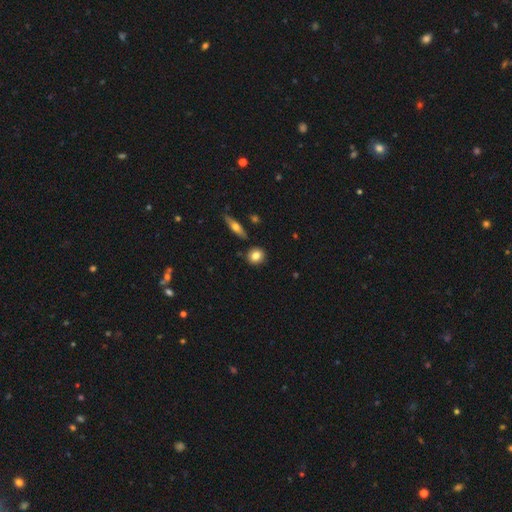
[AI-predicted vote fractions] A smooth galaxy with no disk features (79%) that is round (76%).

Vote fractions:
- Smooth or featured? smooth: 79% / featured or disk: 13% / star or artifact: 8%
- How rounded? round: 76% / in between: 21% / cigar-shaped: 3%
- Merging? none: 84% / minor disturbance: 9% / merger: 5% / major disturbance: 2%